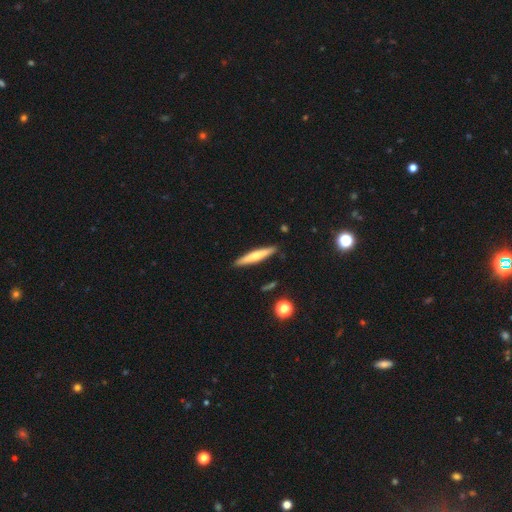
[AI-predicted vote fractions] smooth_or_featured: smooth (p=0.51) [alt: featured or disk p=0.43]
how_rounded: cigar-shaped (p=0.91) [alt: in between p=0.07]
merging: none (p=0.89) [alt: minor disturbance p=0.08]